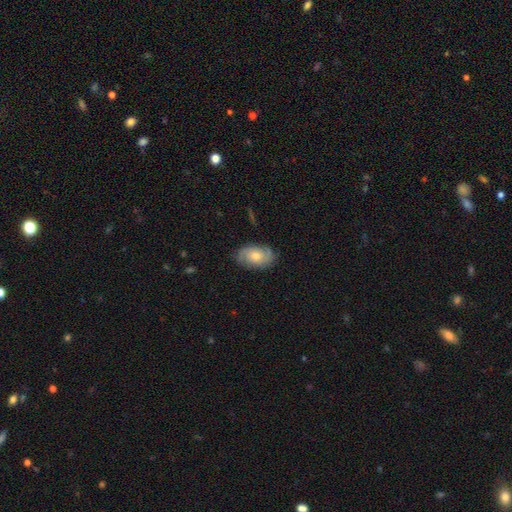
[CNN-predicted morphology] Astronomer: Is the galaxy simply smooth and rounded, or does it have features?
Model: featured or disk — 64%.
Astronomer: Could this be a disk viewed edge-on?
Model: no — 95%.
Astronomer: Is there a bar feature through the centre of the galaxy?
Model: no — 74%.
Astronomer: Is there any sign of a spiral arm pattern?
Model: yes — 89%.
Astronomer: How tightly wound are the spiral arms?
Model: tight — 50% (runner-up: medium, 37%).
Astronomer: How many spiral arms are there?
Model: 2 — 58%.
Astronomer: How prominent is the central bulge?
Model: moderate — 61%.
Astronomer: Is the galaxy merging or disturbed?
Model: none — 80%.